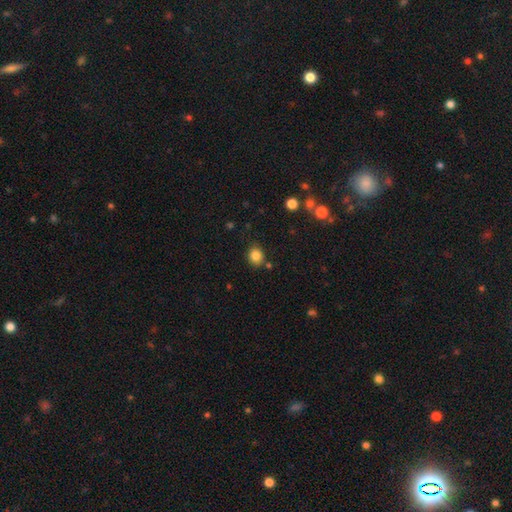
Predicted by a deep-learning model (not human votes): A smooth galaxy with no disk features (84%) that is round (69%).

Vote fractions:
- Smooth or featured? smooth: 84% / star or artifact: 11% / featured or disk: 5%
- How rounded? round: 69% / in between: 30% / cigar-shaped: 1%
- Merging? none: 80% / minor disturbance: 12% / merger: 5% / major disturbance: 3%